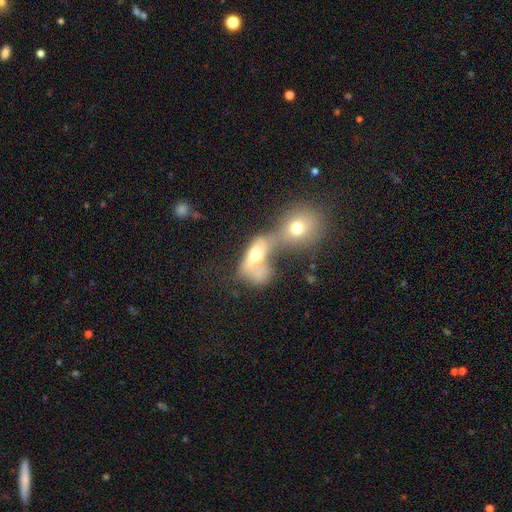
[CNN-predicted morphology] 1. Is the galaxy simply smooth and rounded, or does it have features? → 60% smooth, 28% featured or disk, 12% star or artifact.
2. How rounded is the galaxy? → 70% in between, 25% round, 6% cigar-shaped.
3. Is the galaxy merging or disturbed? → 75% merger, 11% none, 9% major disturbance, 5% minor disturbance.